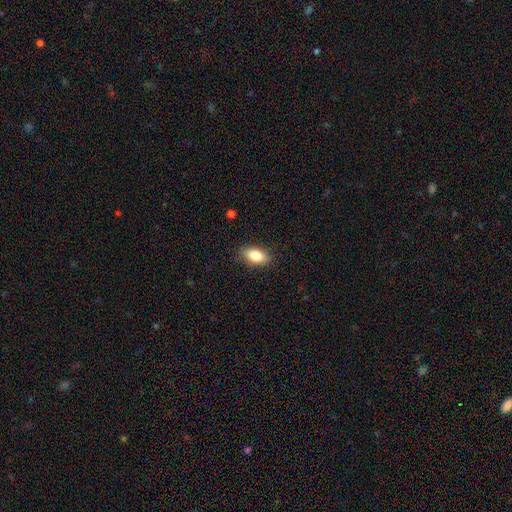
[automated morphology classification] A smooth galaxy with no disk features (82%) that is in between round and cigar-shaped (88%).

Vote fractions:
- Smooth or featured? smooth: 82% / featured or disk: 10% / star or artifact: 8%
- How rounded? in between: 88% / round: 6% / cigar-shaped: 6%
- Merging? none: 87% / minor disturbance: 10% / major disturbance: 2% / merger: 1%